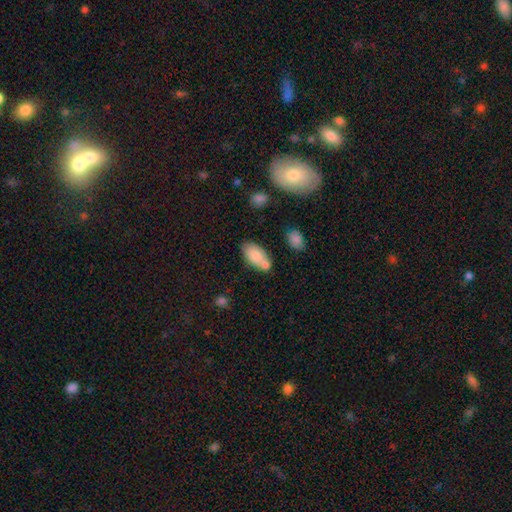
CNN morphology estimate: smooth-or-featured: smooth: 80% | featured or disk: 13% | star or artifact: 7%
  how-rounded: in between: 92% | cigar-shaped: 4% | round: 4%
  merging: none: 52% | merger: 27% | minor disturbance: 16% | major disturbance: 5%